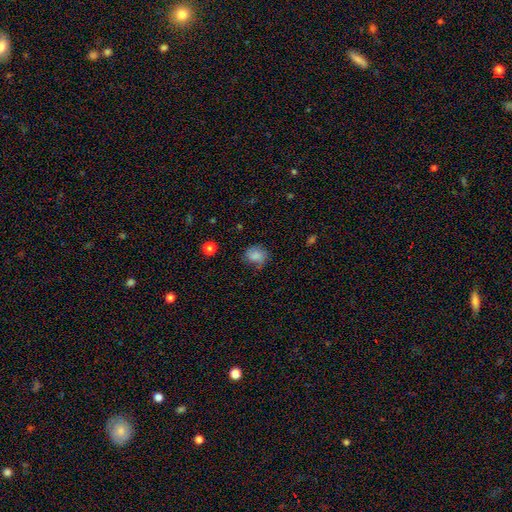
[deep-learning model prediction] Overall: smooth (82%). How rounded: round (60%; in between 39%). Merging: none (67%).